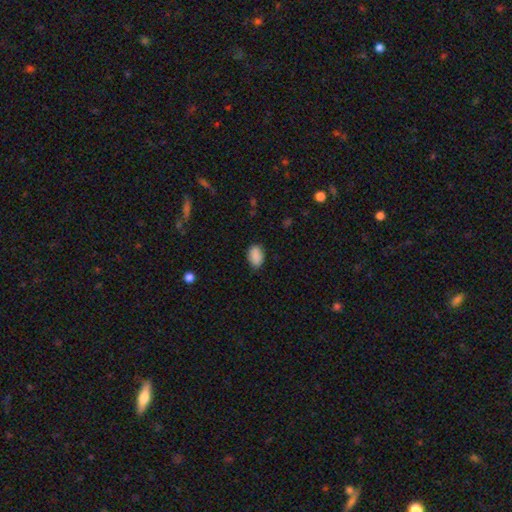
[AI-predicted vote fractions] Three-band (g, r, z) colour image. It shows a smooth galaxy with no disk features (89%) that is in between round and cigar-shaped (88%). Merging: none (81%).